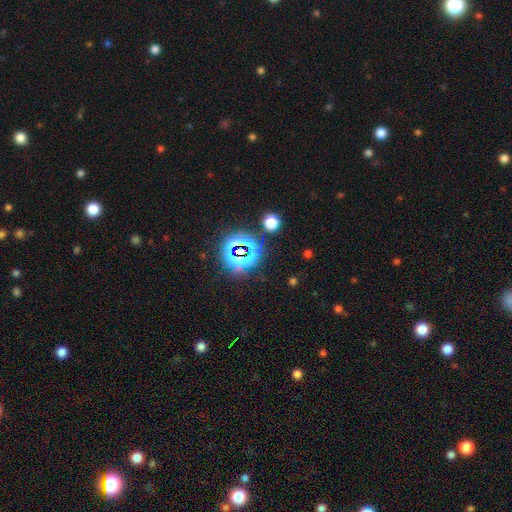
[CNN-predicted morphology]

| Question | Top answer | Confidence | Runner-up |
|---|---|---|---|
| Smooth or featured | star or artifact | 82% | smooth (11%) |